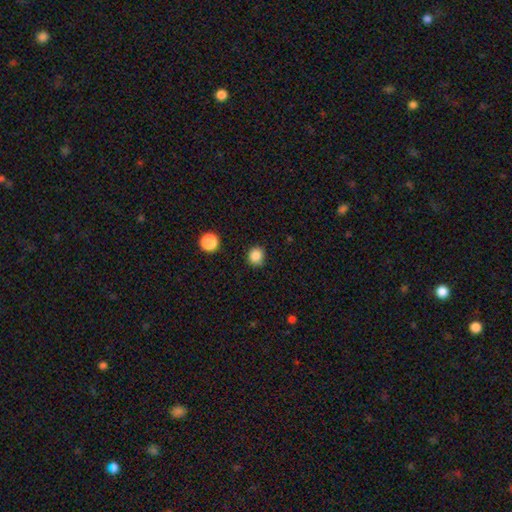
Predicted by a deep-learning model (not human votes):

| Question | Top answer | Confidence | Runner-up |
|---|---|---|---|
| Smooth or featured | smooth | 85% | star or artifact (11%) |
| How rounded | round | 87% | in between (12%) |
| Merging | none | 86% | minor disturbance (10%) |